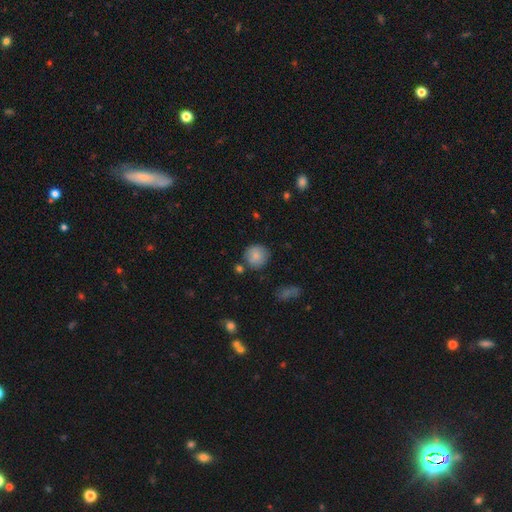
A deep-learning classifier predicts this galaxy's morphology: Overall: smooth (84%). How rounded: round (91%). Merging: none (76%).